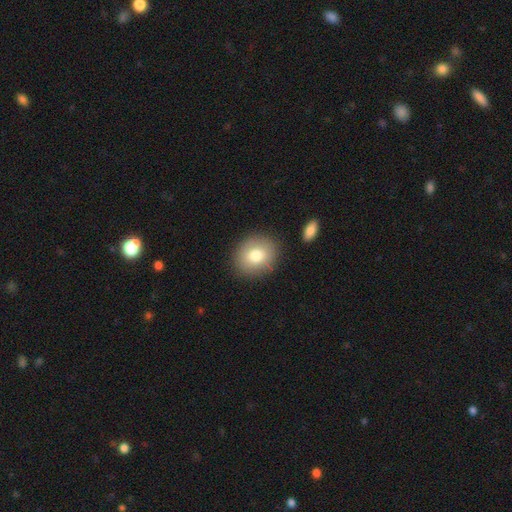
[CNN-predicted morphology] The model was most divided on "how rounded": round: 67%, in between: 32%, cigar-shaped: 1%. More confident: merging — none (86%); smooth or featured — smooth (79%).